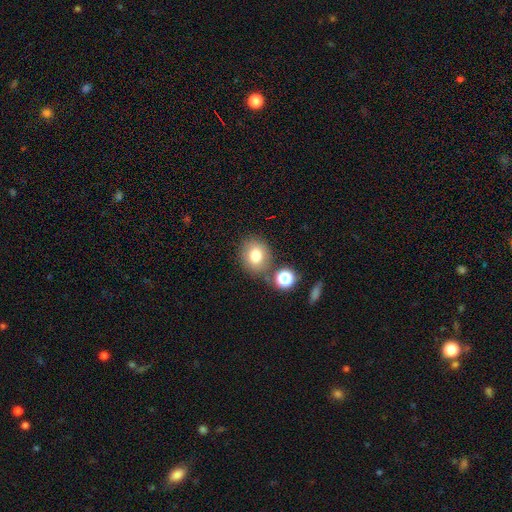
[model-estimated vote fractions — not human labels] Overall: smooth (78%). How rounded: round (68%; in between 31%). Merging: none (74%).